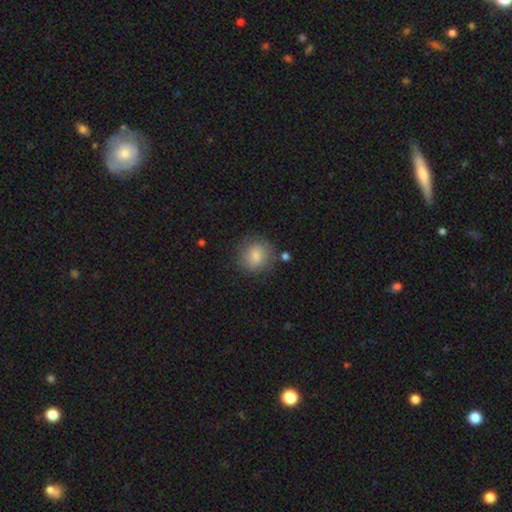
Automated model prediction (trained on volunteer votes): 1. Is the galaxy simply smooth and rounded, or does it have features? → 82% smooth, 9% featured or disk, 8% star or artifact.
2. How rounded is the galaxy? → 86% round, 13% in between, 1% cigar-shaped.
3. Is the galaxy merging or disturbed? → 80% none, 13% minor disturbance, 4% major disturbance, 3% merger.